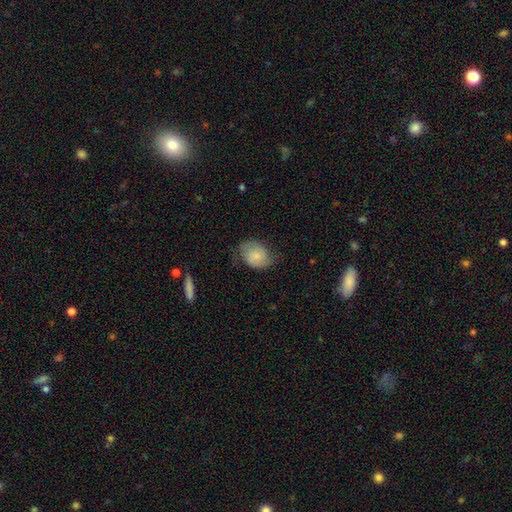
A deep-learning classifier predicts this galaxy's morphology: Smooth or featured: smooth — 59% (featured or disk — 33%)
How rounded: in between — 62% (round — 37%)
Merging: none — 56% (minor disturbance — 31%)